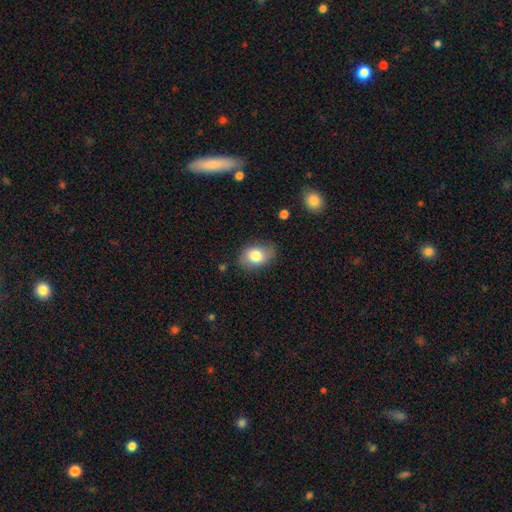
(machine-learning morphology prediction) smooth 80%, featured or disk 12%, star or artifact 8%. Down the decision tree: how rounded — in between (76%); merging — none (78%).